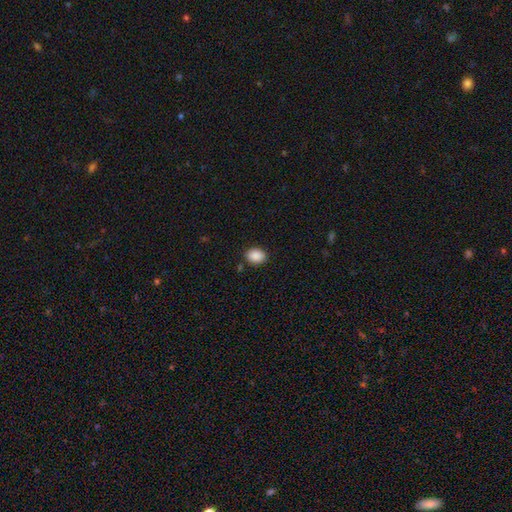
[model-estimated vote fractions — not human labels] Smooth or featured?
  - smooth: 89% *
  - star or artifact: 8%
  - featured or disk: 3%
How rounded?
  - in between: 63% *
  - round: 36%
  - cigar-shaped: 1%
Merging?
  - none: 86% *
  - minor disturbance: 9%
  - major disturbance: 2%
  - merger: 2%